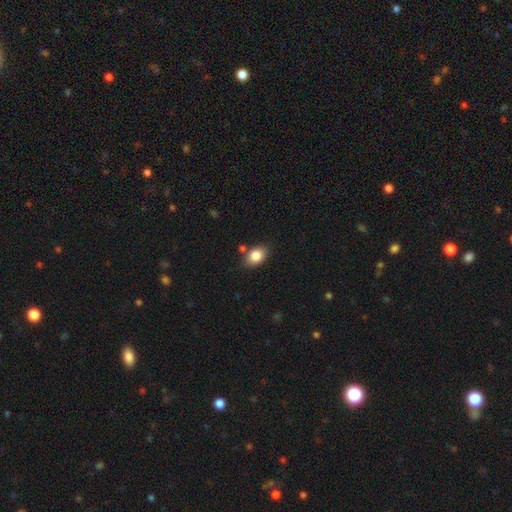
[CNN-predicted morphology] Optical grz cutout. It shows a smooth galaxy with no disk features (84%) that is in between round and cigar-shaped (79%). Merging: none (77%).